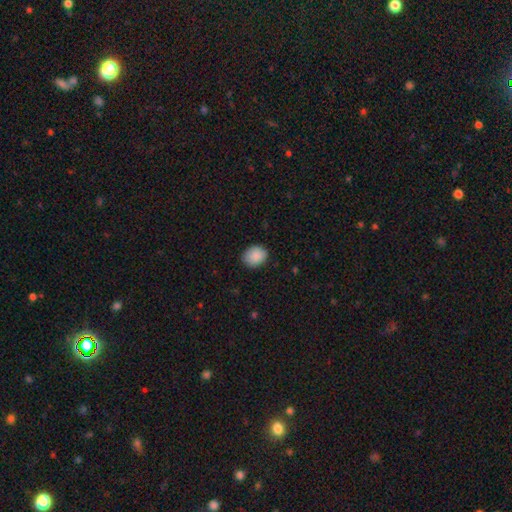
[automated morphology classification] The model was most divided on "how rounded": round: 53%, in between: 47%, cigar-shaped: 1%. More confident: smooth or featured — smooth (89%); merging — none (85%).